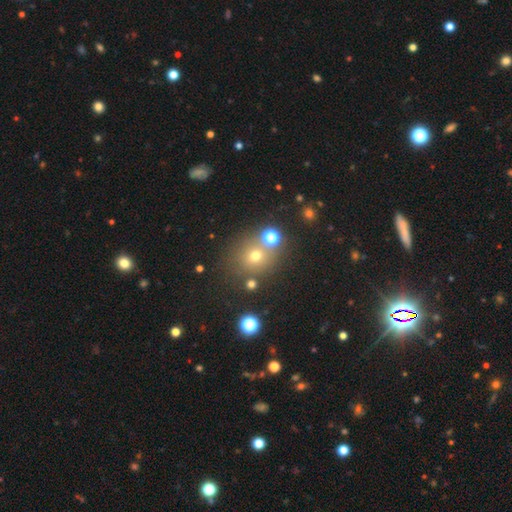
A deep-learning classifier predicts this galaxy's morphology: Overall: smooth (63%; star or artifact 24%). How rounded: round (84%). Merging: none (72%).